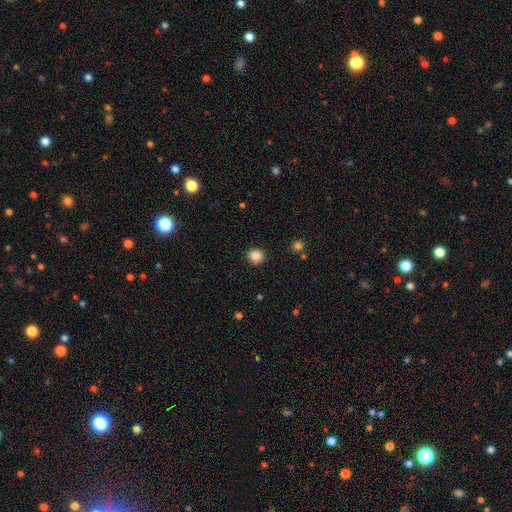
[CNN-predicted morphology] A smooth galaxy with no disk features (85%) that is round (90%). Merging: none (91%).